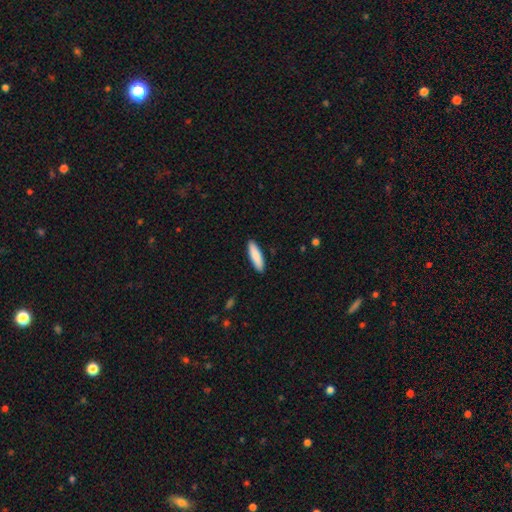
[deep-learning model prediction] This appears to be a smooth galaxy with no disk features (87%) that is cigar-shaped (65%). Merging: none (90%).